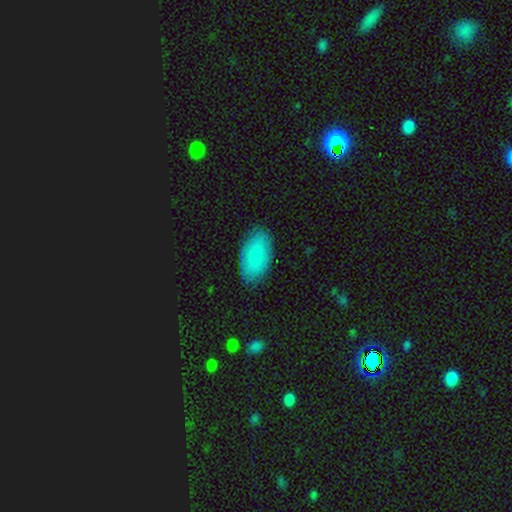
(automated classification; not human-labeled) Smooth or featured? smooth (79%)
How rounded? in between (94%)
Merging? none (85%)